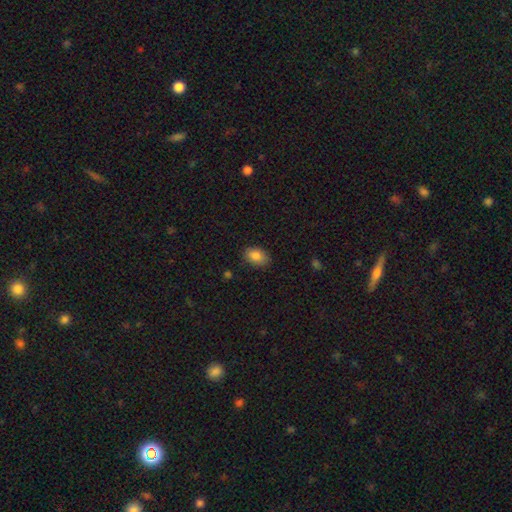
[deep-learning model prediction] Smooth or featured: smooth — 85% (star or artifact — 8%)
How rounded: in between — 85% (round — 14%)
Merging: none — 84% (minor disturbance — 12%)